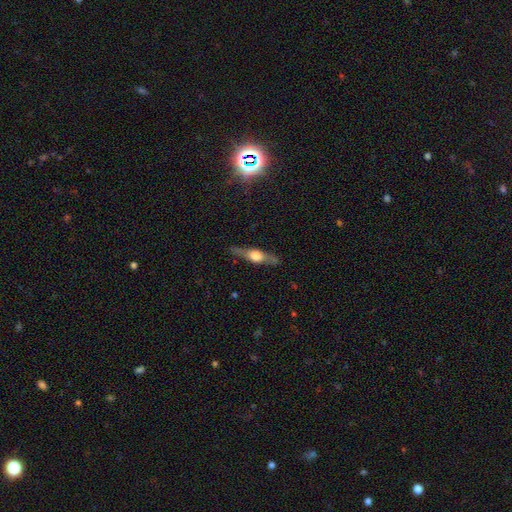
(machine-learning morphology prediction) Overall: featured or disk (67%). Edge-on disk: yes (94%). Edge-on bulge: rounded (92%). Merging: none (85%).